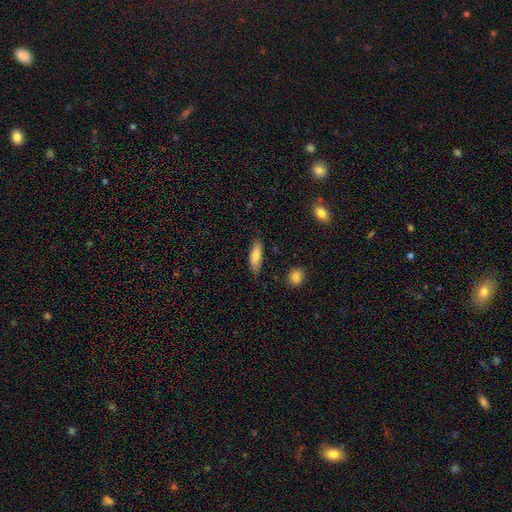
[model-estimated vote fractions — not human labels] A smooth galaxy with no disk features (78%) that is cigar-shaped (50%).

Vote fractions:
- Smooth or featured? smooth: 78% / featured or disk: 16% / star or artifact: 6%
- How rounded? cigar-shaped: 50% / in between: 48% / round: 2%
- Merging? none: 81% / minor disturbance: 14% / major disturbance: 3% / merger: 2%